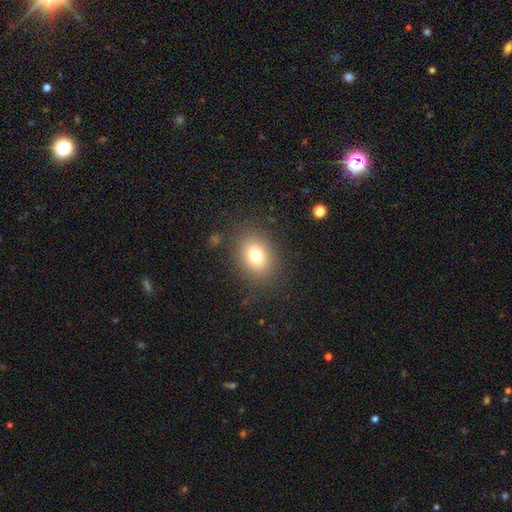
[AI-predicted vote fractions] Overall: smooth (76%). How rounded: in between (59%; round 40%). Merging: none (84%).